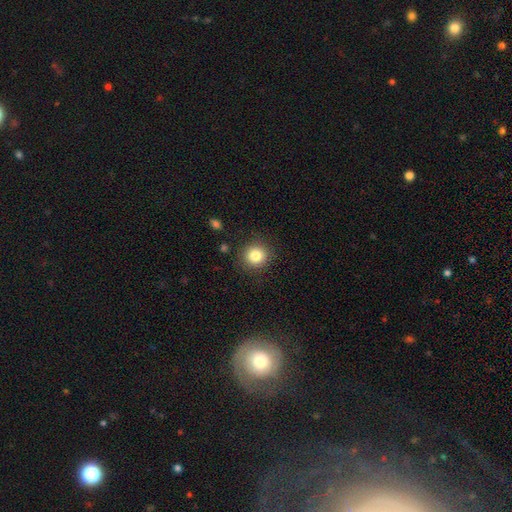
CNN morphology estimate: Smooth or featured?
  - smooth: 84% *
  - star or artifact: 10%
  - featured or disk: 6%
How rounded?
  - round: 90% *
  - in between: 9%
  - cigar-shaped: 1%
Merging?
  - none: 88% *
  - minor disturbance: 8%
  - major disturbance: 3%
  - merger: 2%